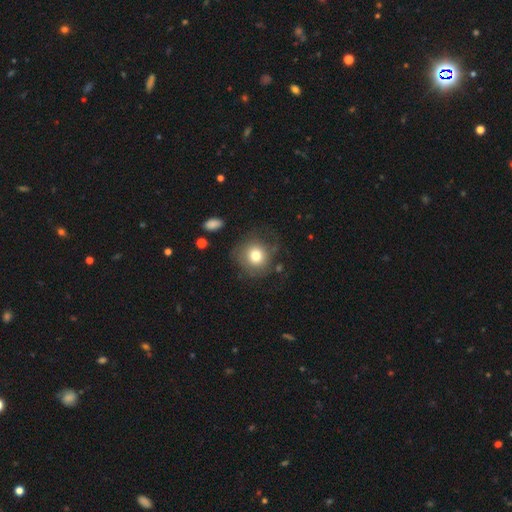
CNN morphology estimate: The model was most divided on "merging": none: 68%, minor disturbance: 18%, major disturbance: 12%, merger: 2%. More confident: how rounded — round (86%); smooth or featured — smooth (75%).